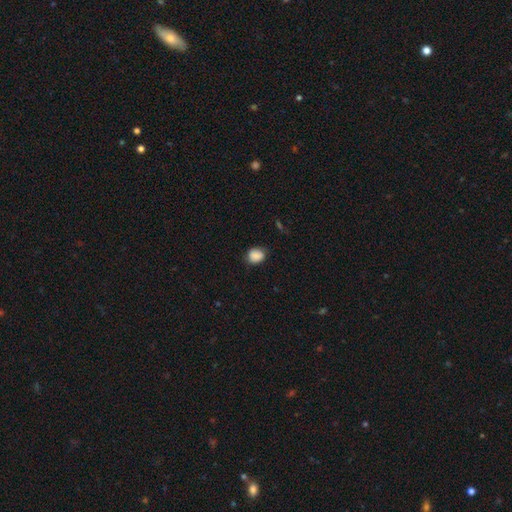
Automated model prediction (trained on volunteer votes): Q: Smooth or featured?
A: smooth (87%); runner-up: star or artifact (8%)
Q: How rounded?
A: round (61%); runner-up: in between (38%)
Q: Merging?
A: none (75%); runner-up: minor disturbance (19%)